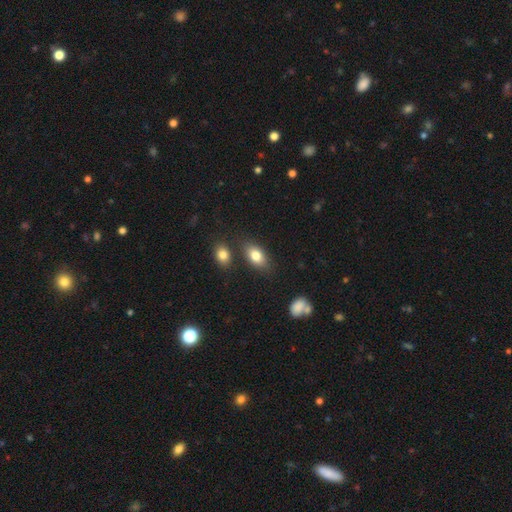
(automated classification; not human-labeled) This appears to be a smooth galaxy with no disk features (81%) that is in between round and cigar-shaped (87%). Merging: none (75%).